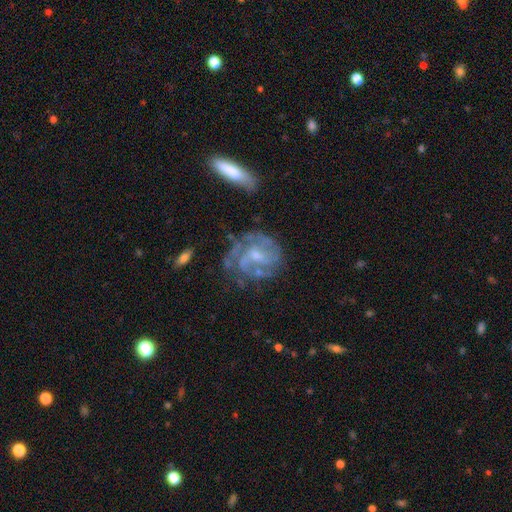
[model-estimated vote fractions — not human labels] A featured or disk galaxy (79%) with no bar (47%), tight (46%) spiral arms (85%) and a small central bulge (48%).

Vote fractions:
- Smooth or featured? featured or disk: 79% / smooth: 13% / star or artifact: 8%
- Edge-on disk? no: 97% / yes: 3%
- Bar? no: 47% / weak: 43% / strong: 10%
- Spiral arms? yes: 85% / no: 15%
- Spiral winding? tight: 46% / medium: 40% / loose: 14%
- Spiral arm count? can't tell: 35% / 2: 27% / 3: 22% / 4: 8% / 1: 5% / more than 4: 4%
- Bulge size? small: 48% / moderate: 36% / none: 12% / large: 2% / dominant: 1%
- Merging? none: 59% / minor disturbance: 20% / major disturbance: 16% / merger: 5%